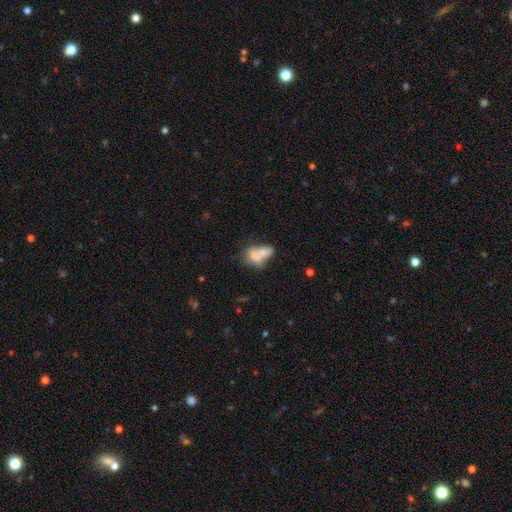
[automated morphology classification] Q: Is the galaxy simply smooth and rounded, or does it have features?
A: smooth — 68%.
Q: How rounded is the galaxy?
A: in between — 78%.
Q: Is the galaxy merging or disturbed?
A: merger — 62%.